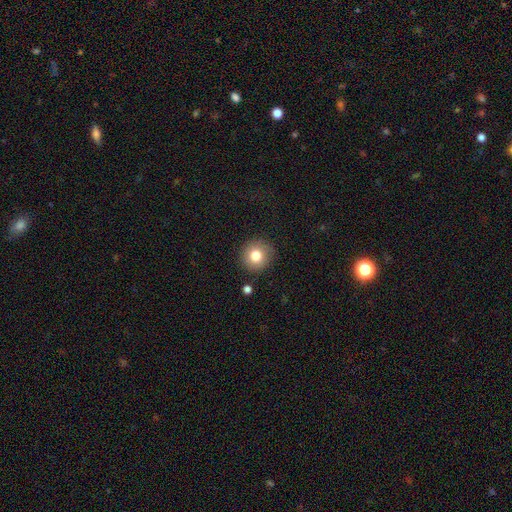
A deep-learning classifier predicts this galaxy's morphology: smooth-or-featured: smooth: 80% | star or artifact: 10% | featured or disk: 10%
  how-rounded: round: 93% | in between: 6% | cigar-shaped: 1%
  merging: none: 87% | minor disturbance: 8% | major disturbance: 3% | merger: 2%